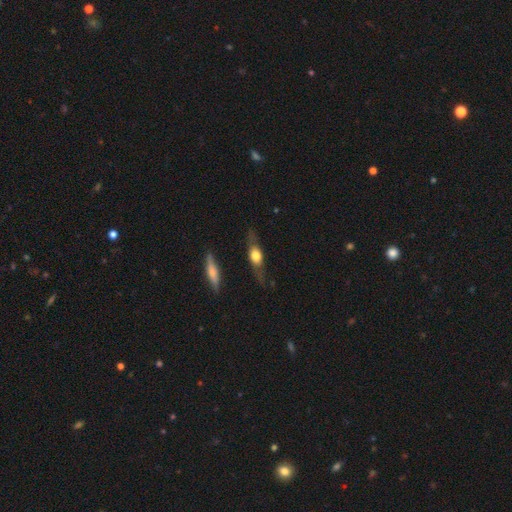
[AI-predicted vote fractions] Morphology: type=featured or disk (52%); edge-on=yes (83%); merging=none (72%).